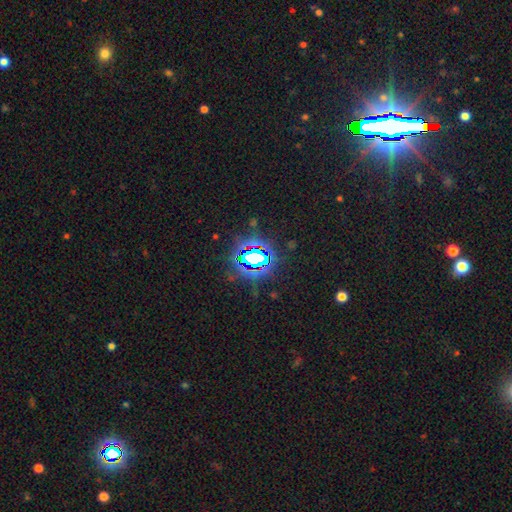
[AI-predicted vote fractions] Smooth or featured: star or artifact — 76% (smooth — 13%)